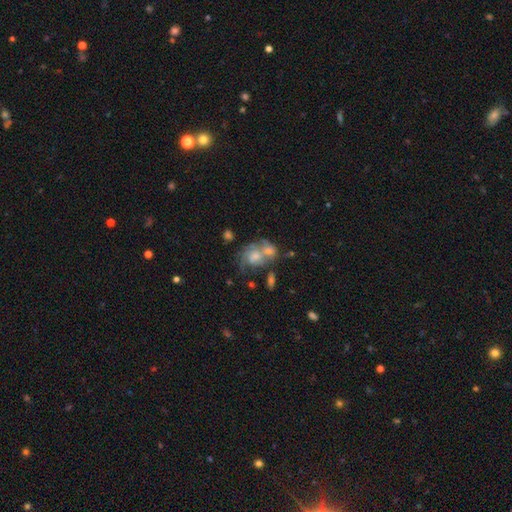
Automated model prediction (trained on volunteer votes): A featured or disk galaxy (61%) with no bar (75%), spiral arms (75%) and a moderate central bulge (45%).

Vote fractions:
- Smooth or featured? featured or disk: 61% / smooth: 30% / star or artifact: 9%
- Edge-on disk? no: 97% / yes: 3%
- Bar? no: 75% / weak: 22% / strong: 3%
- Spiral arms? yes: 75% / no: 25%
- Bulge size? moderate: 45% / small: 28% / none: 14% / large: 12% / dominant: 2%
- Merging? merger: 43% / none: 27% / major disturbance: 15% / minor disturbance: 14%